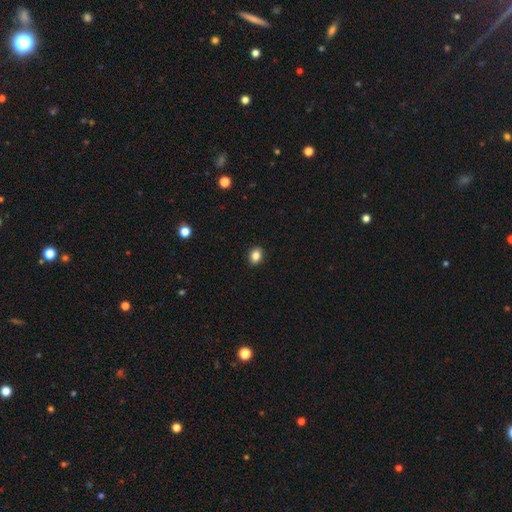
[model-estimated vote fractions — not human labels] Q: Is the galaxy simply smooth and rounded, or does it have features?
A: smooth — 85%.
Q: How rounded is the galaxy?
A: in between — 56%.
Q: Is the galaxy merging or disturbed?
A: none — 90%.